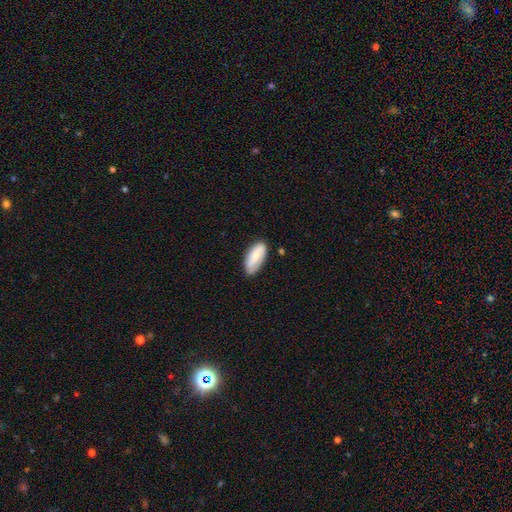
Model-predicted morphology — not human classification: This appears to be a smooth galaxy with no disk features (72%) that is in between round and cigar-shaped (87%). Merging: none (76%).